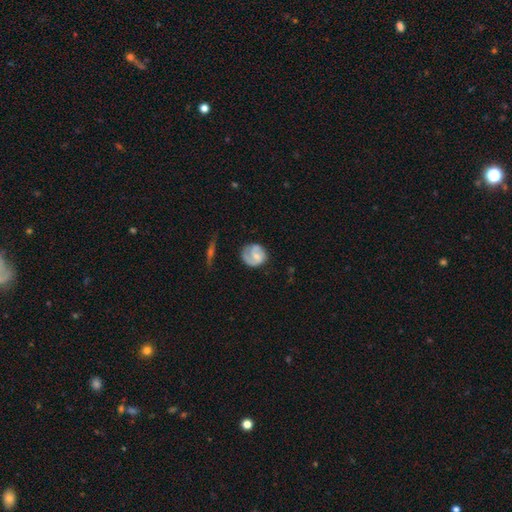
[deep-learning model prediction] Smooth or featured? featured or disk (61%)
Edge-on disk? no (97%)
Bar? no (57%)
Spiral arms? yes (86%)
Spiral winding? tight (48%)
Spiral arm count? 2 (49%)
Bulge size? small (48%)
Merging? none (62%)